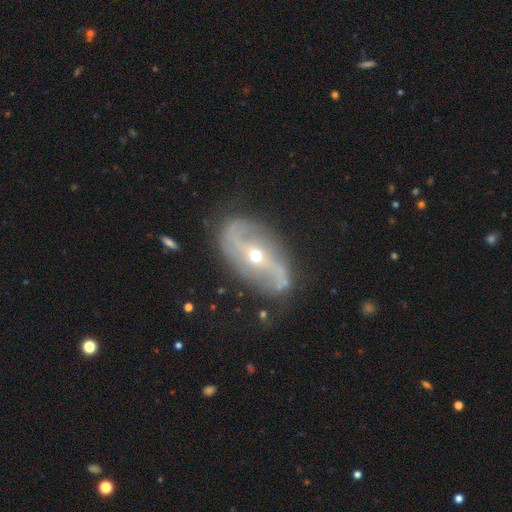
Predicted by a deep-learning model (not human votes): Q: Smooth or featured?
A: featured or disk (86%); runner-up: smooth (8%)
Q: Edge-on disk?
A: no (95%); runner-up: yes (5%)
Q: Bar?
A: no (37%); runner-up: weak (32%)
Q: Spiral arms?
A: yes (92%); runner-up: no (8%)
Q: Spiral winding?
A: loose (59%); runner-up: medium (30%)
Q: Spiral arm count?
A: 2 (92%); runner-up: can't tell (3%)
Q: Bulge size?
A: moderate (49%); runner-up: small (47%)
Q: Merging?
A: none (80%); runner-up: minor disturbance (14%)